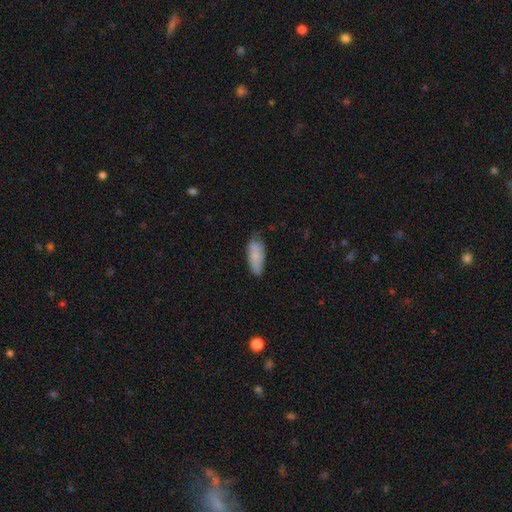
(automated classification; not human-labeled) The model was most divided on "how rounded": in between: 68%, cigar-shaped: 30%, round: 2%. More confident: smooth or featured — smooth (75%); merging — none (73%).